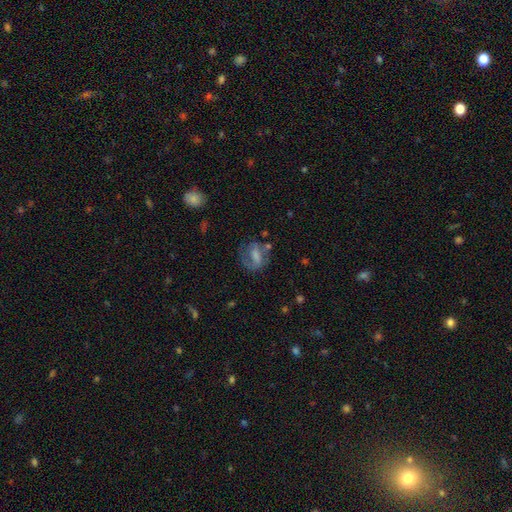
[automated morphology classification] A featured or disk galaxy (50%). Merging: none (51%).